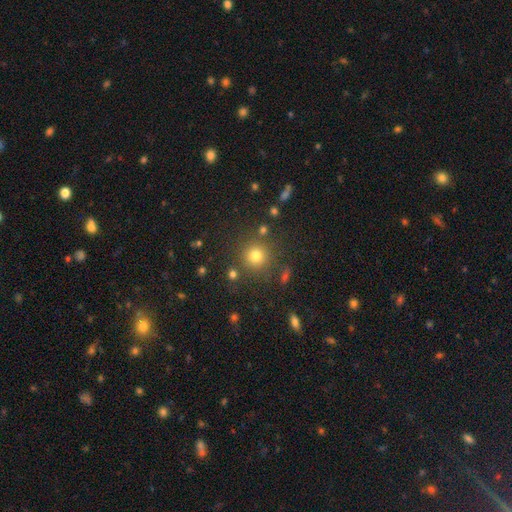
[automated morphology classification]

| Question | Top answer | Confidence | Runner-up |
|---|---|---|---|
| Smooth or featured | smooth | 77% | star or artifact (16%) |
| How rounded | round | 93% | in between (6%) |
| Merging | none | 82% | minor disturbance (8%) |